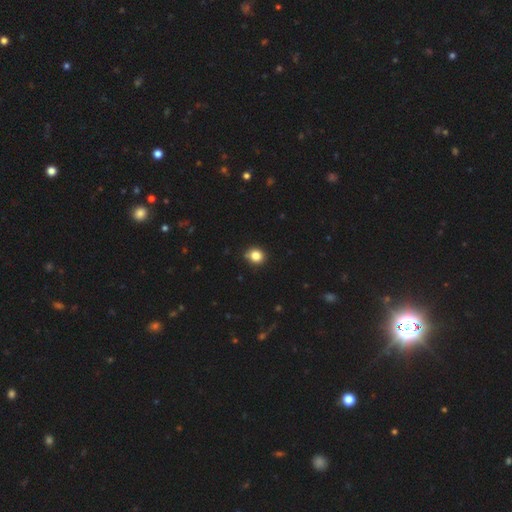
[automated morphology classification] Smooth or featured: smooth — 83% (star or artifact — 11%)
How rounded: round — 76% (in between — 23%)
Merging: none — 83% (minor disturbance — 13%)